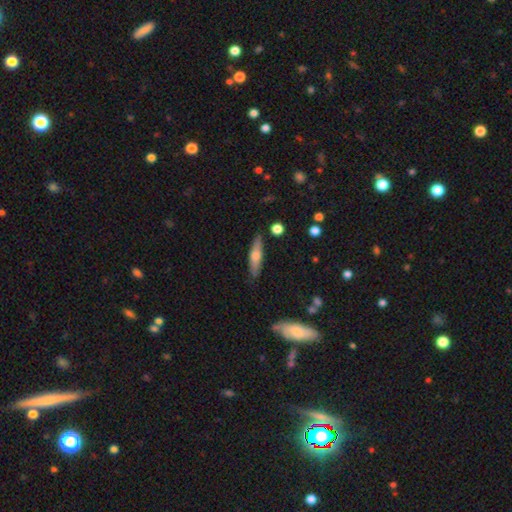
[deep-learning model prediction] Smooth or featured?
  - smooth: 55% *
  - featured or disk: 38%
  - star or artifact: 6%
How rounded?
  - cigar-shaped: 70% *
  - in between: 27%
  - round: 2%
Merging?
  - none: 84% *
  - minor disturbance: 12%
  - major disturbance: 2%
  - merger: 2%